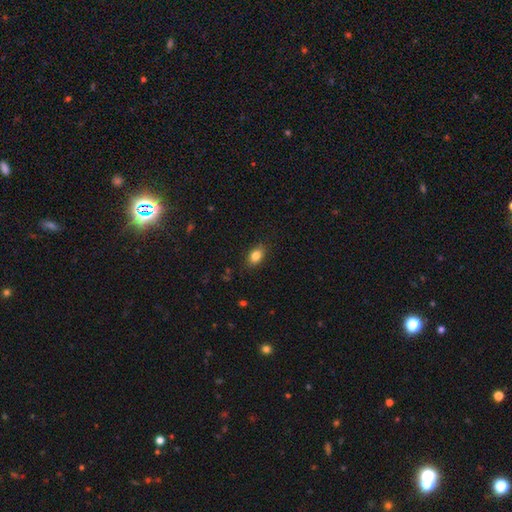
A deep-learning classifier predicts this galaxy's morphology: smooth_or_featured: smooth (p=0.83) [alt: star or artifact p=0.09]
how_rounded: in between (p=0.81) [alt: round p=0.16]
merging: none (p=0.85) [alt: minor disturbance p=0.12]